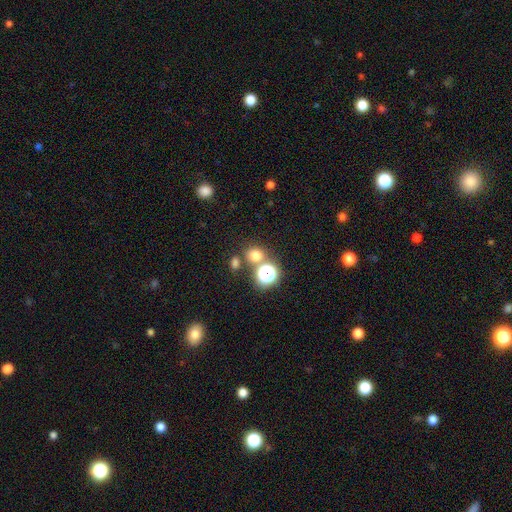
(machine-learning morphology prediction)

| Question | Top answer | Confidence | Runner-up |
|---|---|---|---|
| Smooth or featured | smooth | 69% | star or artifact (24%) |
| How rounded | round | 79% | in between (20%) |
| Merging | none | 69% | merger (20%) |